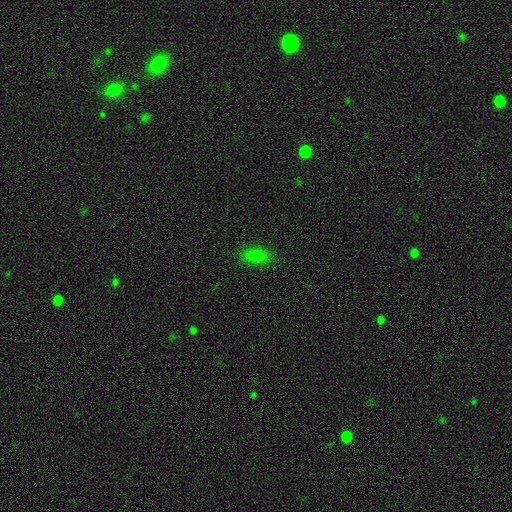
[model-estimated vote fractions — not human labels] Overall: smooth (80%). How rounded: in between (87%). Merging: none (84%).